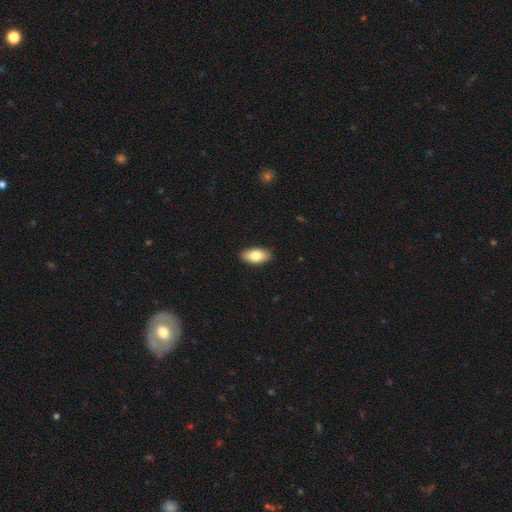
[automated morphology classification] Q: Smooth or featured?
A: smooth (80%); runner-up: featured or disk (13%)
Q: How rounded?
A: in between (93%); runner-up: cigar-shaped (4%)
Q: Merging?
A: none (90%); runner-up: minor disturbance (7%)